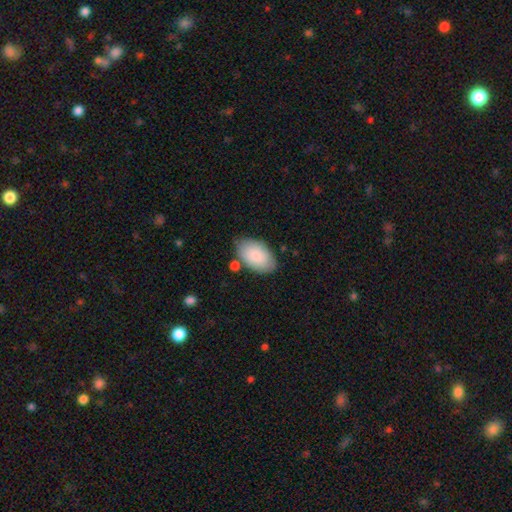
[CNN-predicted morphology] The model was most divided on "merging": none: 74%, minor disturbance: 16%, merger: 6%, major disturbance: 4%. More confident: how rounded — in between (94%); smooth or featured — smooth (86%).